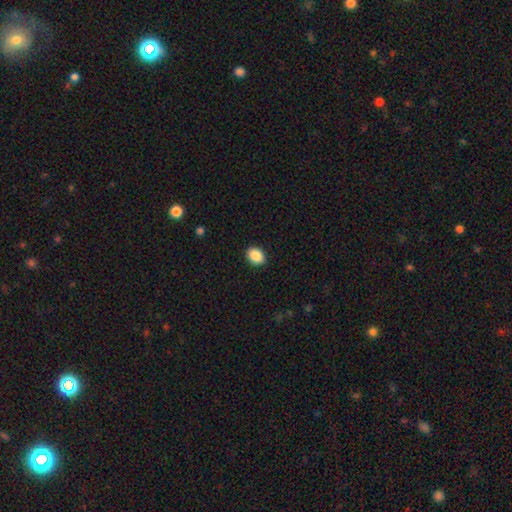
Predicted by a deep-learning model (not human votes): A smooth galaxy with no disk features (89%) that is in between round and cigar-shaped (64%). Merging: none (90%).